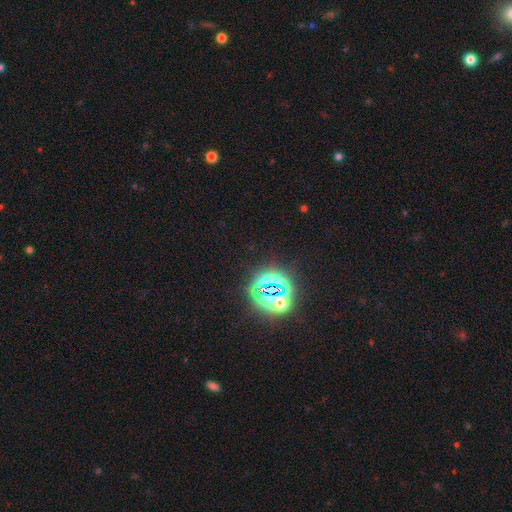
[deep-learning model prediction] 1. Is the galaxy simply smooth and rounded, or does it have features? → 75% star or artifact, 16% smooth, 9% featured or disk.